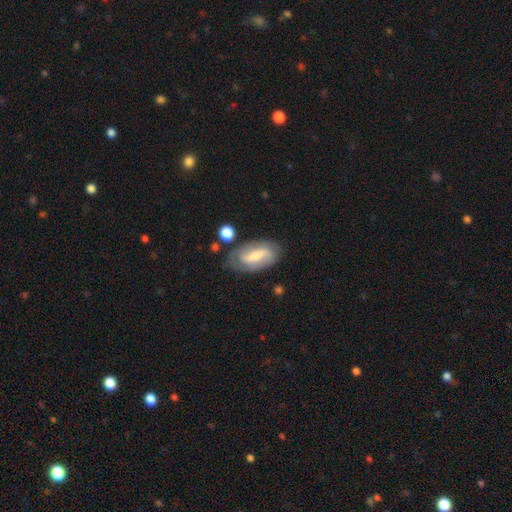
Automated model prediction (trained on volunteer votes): Smooth or featured?
  - featured or disk: 61% *
  - smooth: 33%
  - star or artifact: 7%
Edge-on disk?
  - no: 92% *
  - yes: 8%
Bar?
  - weak: 42% *
  - strong: 39%
  - no: 18%
Spiral arms?
  - yes: 85% *
  - no: 15%
Bulge size?
  - small: 44% *
  - moderate: 37%
  - none: 10%
  - large: 7%
  - dominant: 2%
Merging?
  - none: 71% *
  - minor disturbance: 18%
  - major disturbance: 6%
  - merger: 4%